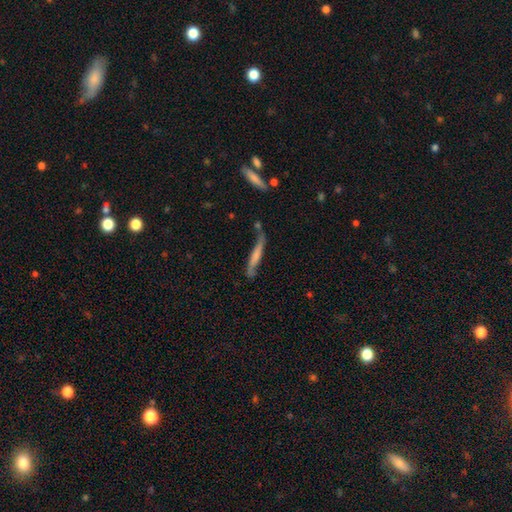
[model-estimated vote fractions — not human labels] Smooth or featured? Predicted: smooth (p=0.52). How rounded? Predicted: cigar-shaped (p=0.92). Merging? Predicted: none (p=0.55).